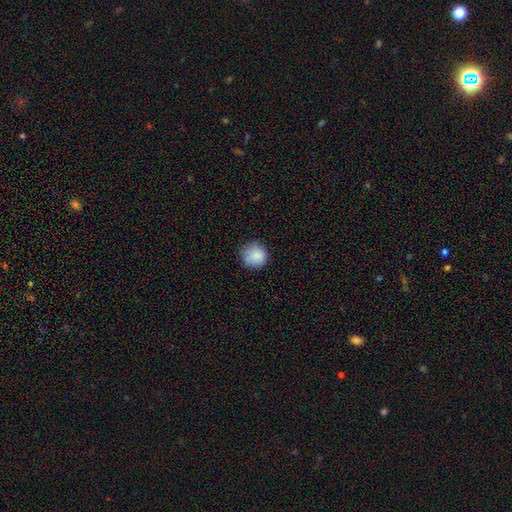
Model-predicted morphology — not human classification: Smooth or featured? Predicted: smooth (p=0.86). How rounded? Predicted: round (p=0.89). Merging? Predicted: none (p=0.80).